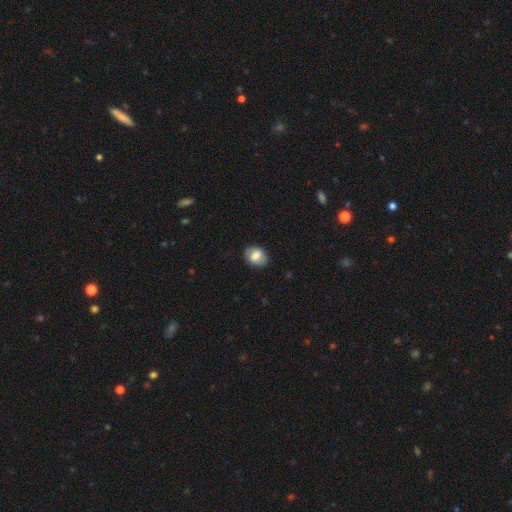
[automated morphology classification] This is likely a smooth galaxy (69%). How rounded: likely in between (68%). Merging: clearly none (82%).